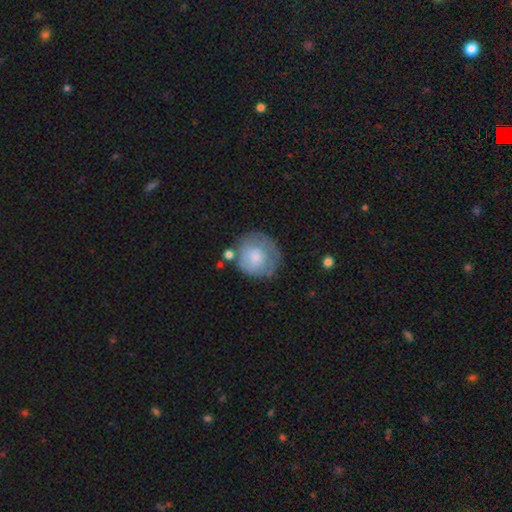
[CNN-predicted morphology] A smooth galaxy with no disk features (63%) that is round (90%).

Vote fractions:
- Smooth or featured? smooth: 63% / featured or disk: 30% / star or artifact: 7%
- How rounded? round: 90% / in between: 10% / cigar-shaped: 1%
- Merging? none: 60% / minor disturbance: 22% / major disturbance: 11% / merger: 7%